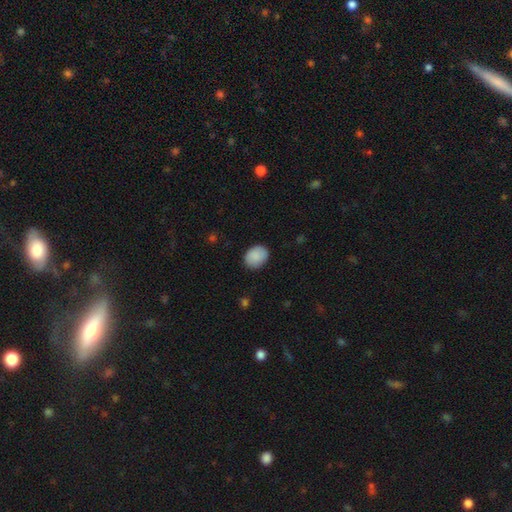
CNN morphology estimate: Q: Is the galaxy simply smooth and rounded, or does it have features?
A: smooth — 89%.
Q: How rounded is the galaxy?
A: in between — 55%.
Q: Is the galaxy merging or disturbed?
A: none — 85%.